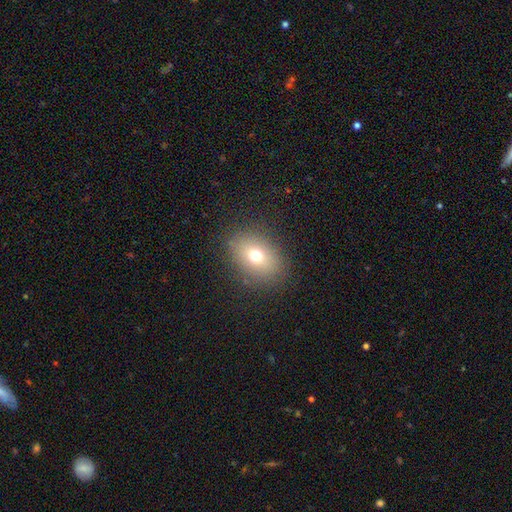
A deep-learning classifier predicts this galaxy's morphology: Overall: smooth (70%). How rounded: in between (68%; round 31%). Merging: none (87%).